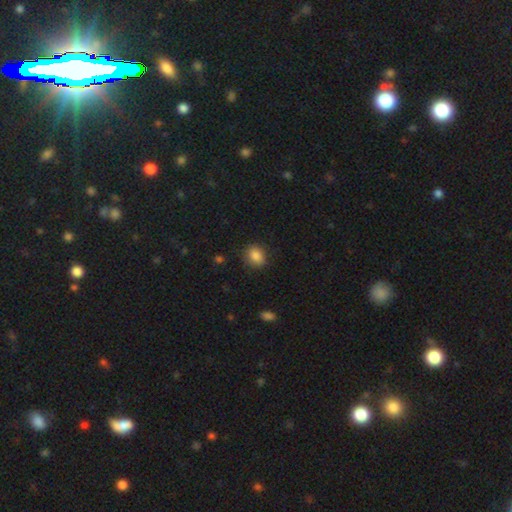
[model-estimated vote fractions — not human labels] The model was most divided on "how rounded": round: 52%, in between: 47%, cigar-shaped: 1%. More confident: smooth or featured — smooth (86%); merging — none (83%).